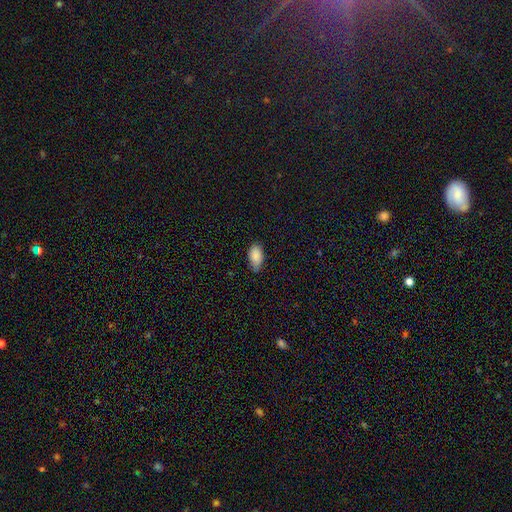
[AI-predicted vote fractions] A smooth galaxy with no disk features (87%) that is in between round and cigar-shaped (94%). Merging: none (65%).